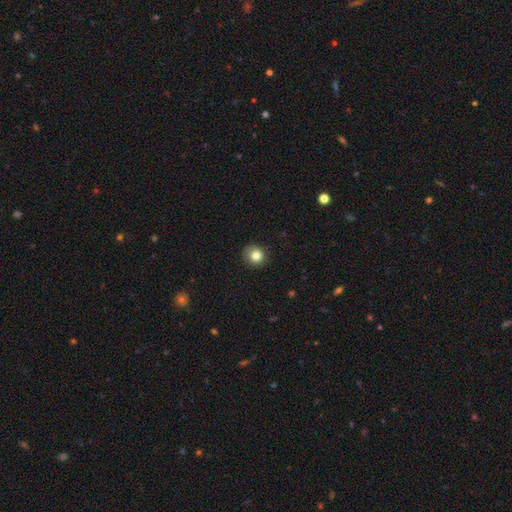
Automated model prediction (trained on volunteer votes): A smooth galaxy with no disk features (82%) that is round (91%). Merging: none (84%).